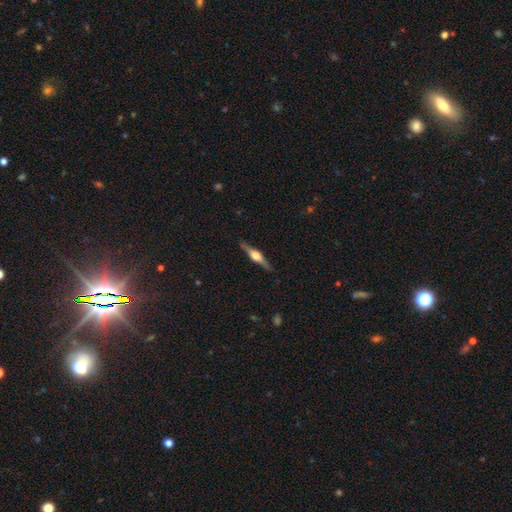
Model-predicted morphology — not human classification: The model was most divided on "smooth or featured": featured or disk: 76%, smooth: 19%, star or artifact: 5%. More confident: edge-on disk — yes (98%); edge-on bulge — rounded (90%); merging — none (89%).